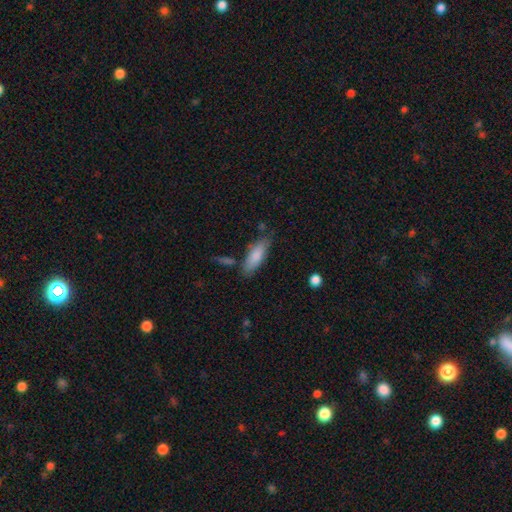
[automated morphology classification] A smooth galaxy with no disk features (82%) that is in between round and cigar-shaped (63%). Merging: none (70%).